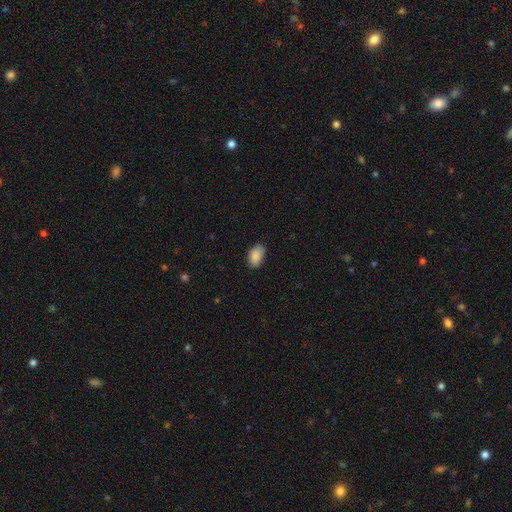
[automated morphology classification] A smooth galaxy with no disk features (89%) that is in between round and cigar-shaped (92%). Merging: none (82%).